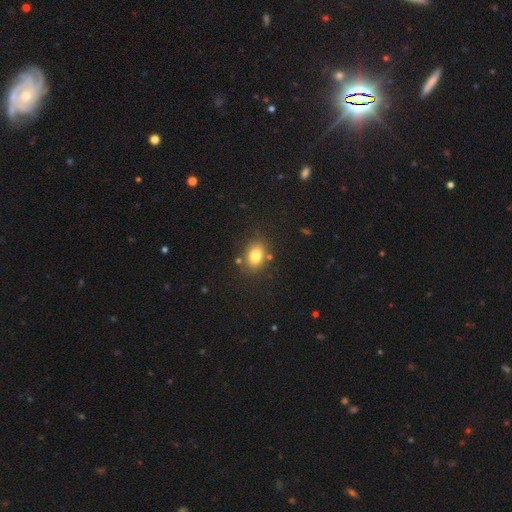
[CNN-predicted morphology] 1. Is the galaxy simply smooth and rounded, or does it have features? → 81% smooth, 10% star or artifact, 9% featured or disk.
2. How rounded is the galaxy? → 70% in between, 29% round, 1% cigar-shaped.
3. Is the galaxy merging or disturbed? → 80% none, 11% minor disturbance, 5% merger, 4% major disturbance.